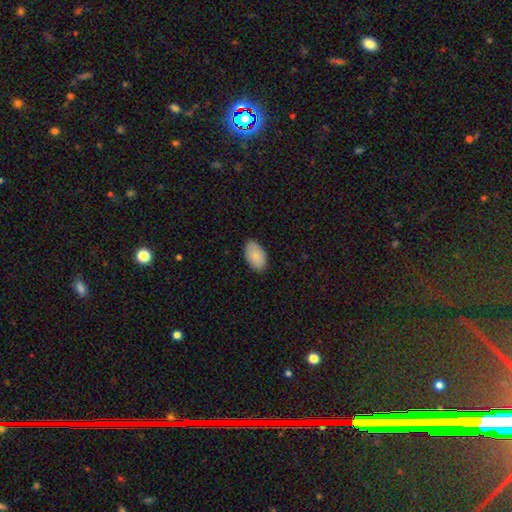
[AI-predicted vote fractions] smooth_or_featured: smooth (p=0.85) [alt: featured or disk p=0.09]
how_rounded: in between (p=0.94) [alt: round p=0.05]
merging: none (p=0.85) [alt: minor disturbance p=0.12]